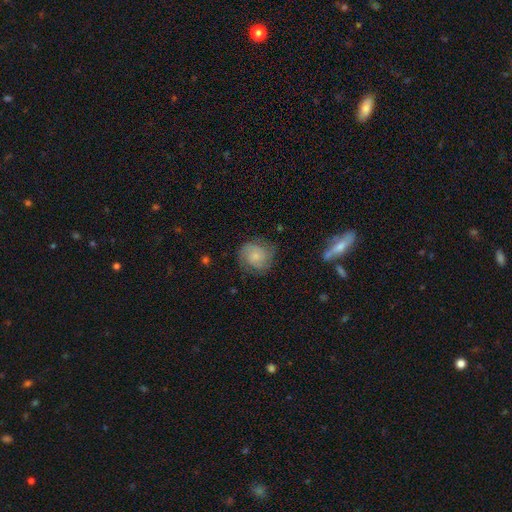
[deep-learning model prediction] smooth_or_featured: smooth (p=0.49) [alt: featured or disk p=0.43]
merging: none (p=0.71) [alt: minor disturbance p=0.20]